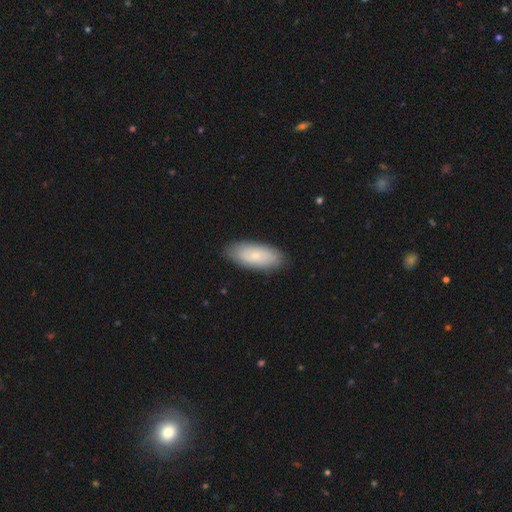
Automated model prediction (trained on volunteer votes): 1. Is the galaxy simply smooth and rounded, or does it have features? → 70% smooth, 24% featured or disk, 6% star or artifact.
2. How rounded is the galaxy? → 83% in between, 15% cigar-shaped, 2% round.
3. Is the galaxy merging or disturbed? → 86% none, 11% minor disturbance, 2% major disturbance, 1% merger.